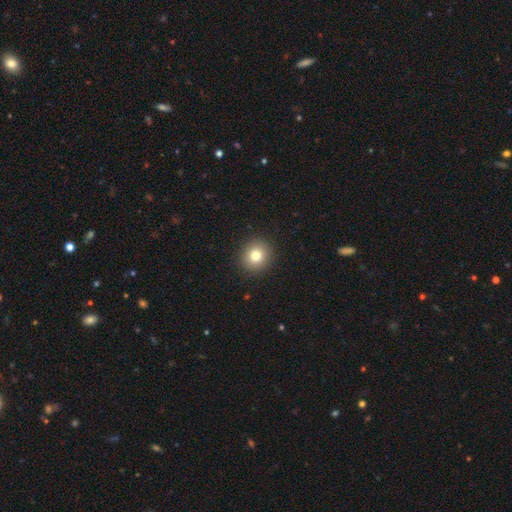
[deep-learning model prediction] A smooth galaxy with no disk features (80%) that is round (87%). Merging: none (91%).